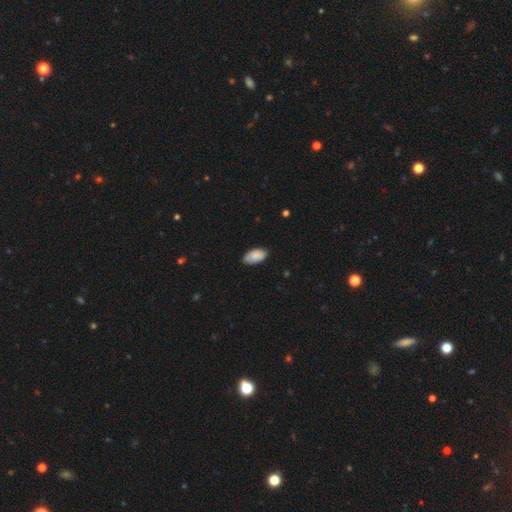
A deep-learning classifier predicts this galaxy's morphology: A smooth galaxy with no disk features (84%) that is in between round and cigar-shaped (95%).

Vote fractions:
- Smooth or featured? smooth: 84% / featured or disk: 10% / star or artifact: 6%
- How rounded? in between: 95% / round: 3% / cigar-shaped: 2%
- Merging? none: 78% / minor disturbance: 18% / major disturbance: 3% / merger: 1%